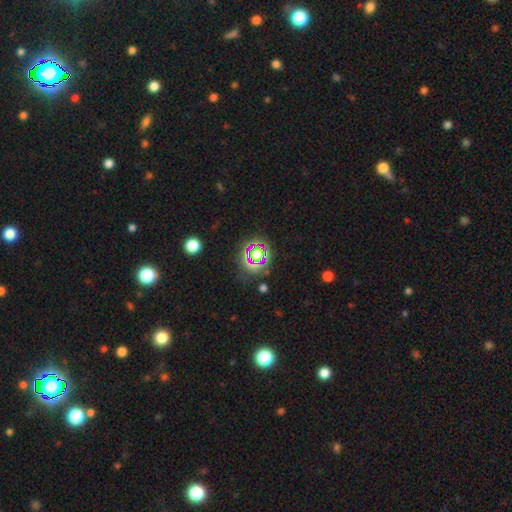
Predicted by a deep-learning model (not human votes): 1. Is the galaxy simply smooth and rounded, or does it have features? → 57% star or artifact, 30% smooth, 13% featured or disk.